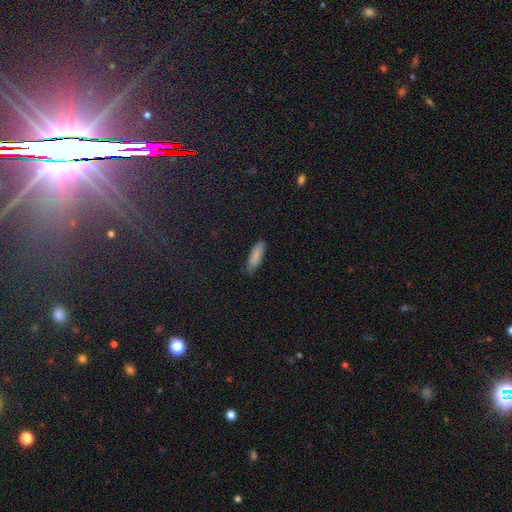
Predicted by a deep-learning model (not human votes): Smooth or featured? smooth (84%)
How rounded? in between (50%)
Merging? none (73%)